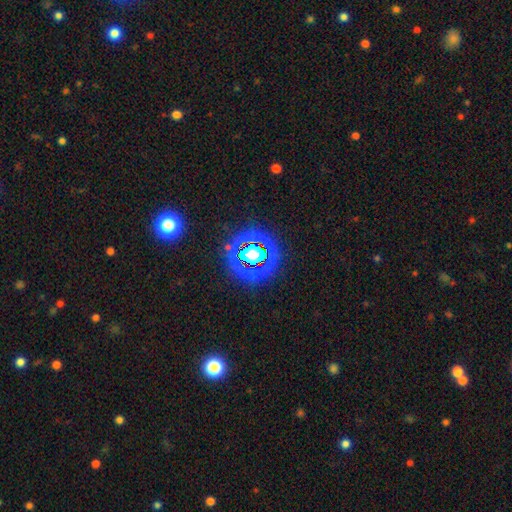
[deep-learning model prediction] A star or artifact, not a galaxy (66%).